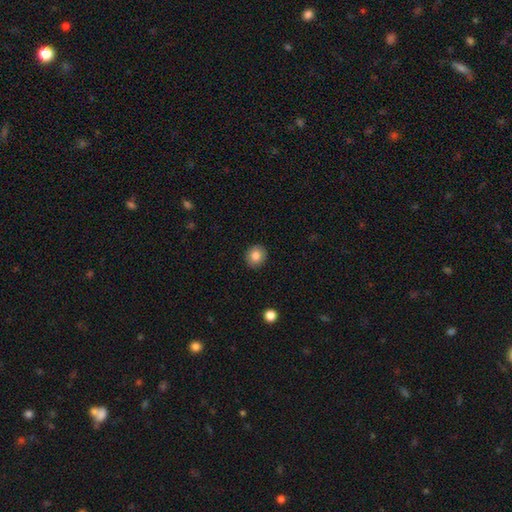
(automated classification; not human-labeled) smooth_or_featured: smooth (p=0.83) [alt: star or artifact p=0.09]
how_rounded: round (p=0.83) [alt: in between p=0.16]
merging: none (p=0.91) [alt: minor disturbance p=0.07]